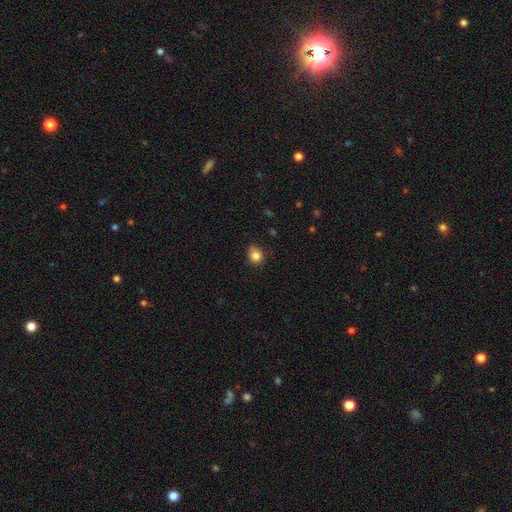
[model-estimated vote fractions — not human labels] This appears to be a smooth galaxy with no disk features (84%) that is round (75%). Merging: none (74%).